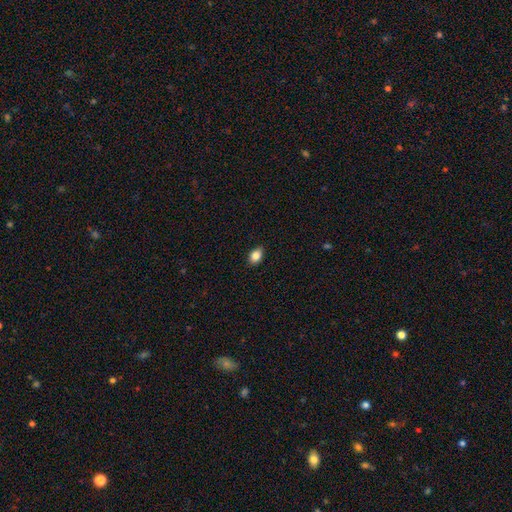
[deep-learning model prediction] Smooth or featured: smooth — 84% (star or artifact — 9%)
How rounded: in between — 82% (round — 17%)
Merging: none — 87% (minor disturbance — 11%)